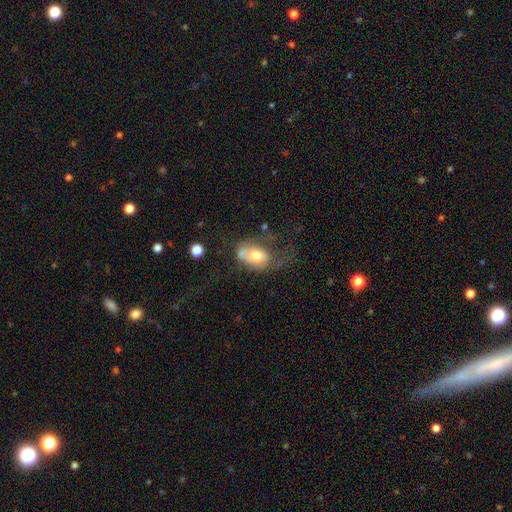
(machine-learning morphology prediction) A smooth galaxy with no disk features (57%) that is in between round and cigar-shaped (81%).

Vote fractions:
- Smooth or featured? smooth: 57% / featured or disk: 35% / star or artifact: 8%
- How rounded? in between: 81% / round: 17% / cigar-shaped: 2%
- Merging? major disturbance: 39% / none: 23% / minor disturbance: 22% / merger: 16%